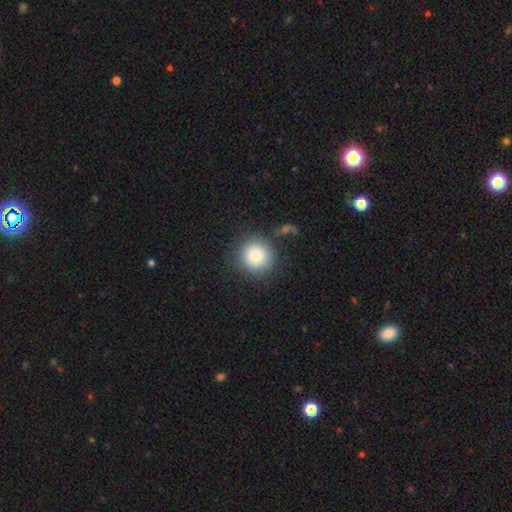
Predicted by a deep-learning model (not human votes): smooth_or_featured: smooth (p=0.80) [alt: featured or disk p=0.11]
how_rounded: round (p=0.94) [alt: in between p=0.05]
merging: none (p=0.80) [alt: minor disturbance p=0.10]